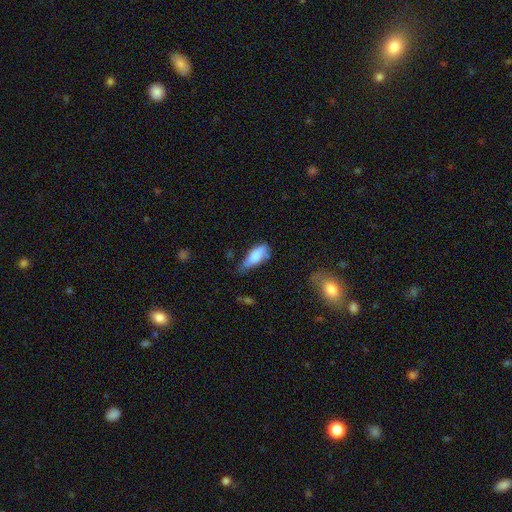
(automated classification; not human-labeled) Smooth or featured? smooth (79%)
How rounded? in between (68%)
Merging? none (45%)